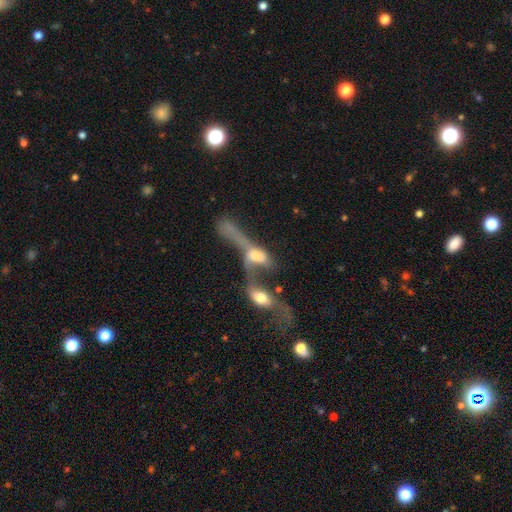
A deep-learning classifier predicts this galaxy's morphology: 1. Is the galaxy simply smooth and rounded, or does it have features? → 53% featured or disk, 37% smooth, 10% star or artifact.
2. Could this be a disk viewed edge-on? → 73% no, 27% yes.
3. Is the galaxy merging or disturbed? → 80% merger, 11% major disturbance, 6% none, 4% minor disturbance.